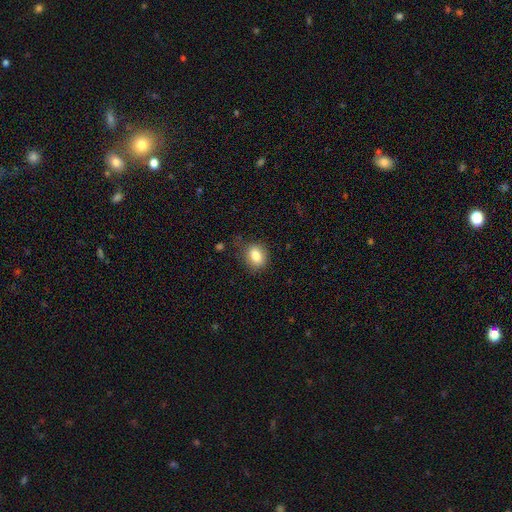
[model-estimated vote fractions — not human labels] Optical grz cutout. It shows a smooth galaxy with no disk features (83%) that is in between round and cigar-shaped (56%). Merging: none (77%).